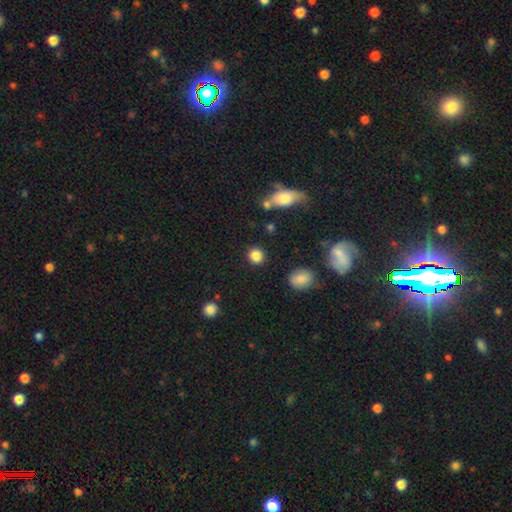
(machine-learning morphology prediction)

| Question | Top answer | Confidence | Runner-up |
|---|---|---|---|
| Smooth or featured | smooth | 85% | star or artifact (10%) |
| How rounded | round | 85% | in between (14%) |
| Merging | none | 87% | minor disturbance (7%) |